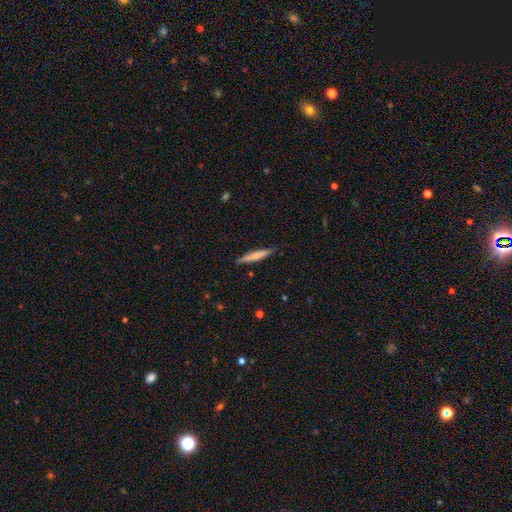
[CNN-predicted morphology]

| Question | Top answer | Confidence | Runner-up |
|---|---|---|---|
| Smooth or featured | smooth | 64% | featured or disk (30%) |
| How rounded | cigar-shaped | 93% | in between (6%) |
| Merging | none | 88% | minor disturbance (9%) |